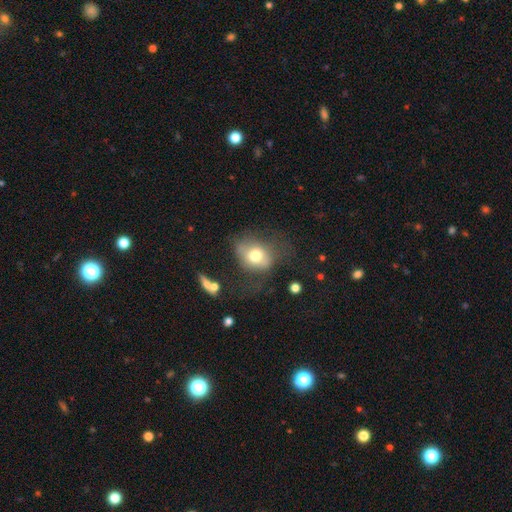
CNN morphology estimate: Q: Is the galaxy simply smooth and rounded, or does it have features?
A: smooth — 67%.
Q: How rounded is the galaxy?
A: in between — 52%.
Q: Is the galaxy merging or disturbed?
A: none — 43%.